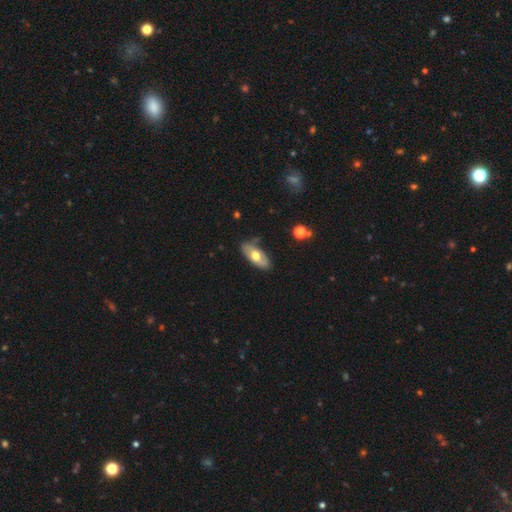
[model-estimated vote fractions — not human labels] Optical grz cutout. It shows a smooth galaxy with no disk features (56%) that is in between round and cigar-shaped (86%). Merging: none (75%).